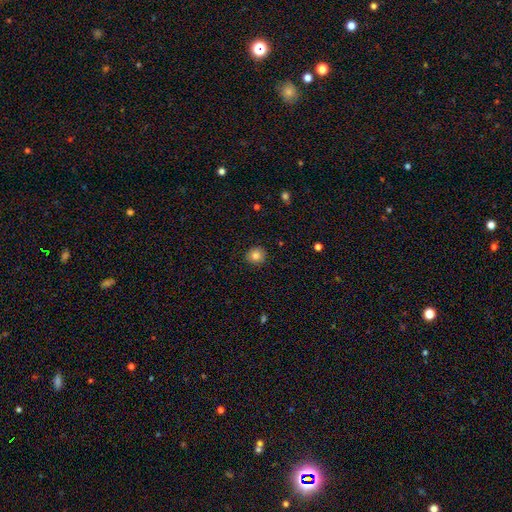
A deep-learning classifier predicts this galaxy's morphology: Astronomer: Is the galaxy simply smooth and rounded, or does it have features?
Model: smooth — 83%.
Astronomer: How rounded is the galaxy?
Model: round — 86%.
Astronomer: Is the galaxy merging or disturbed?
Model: none — 90%.